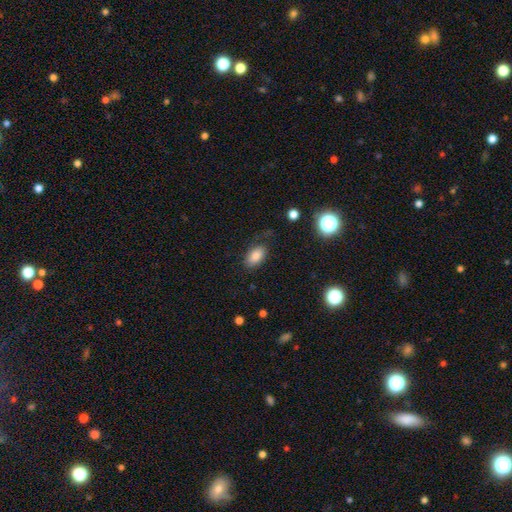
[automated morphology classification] Smooth or featured: smooth — 83% (star or artifact — 9%)
How rounded: in between — 92% (round — 6%)
Merging: none — 73% (minor disturbance — 18%)